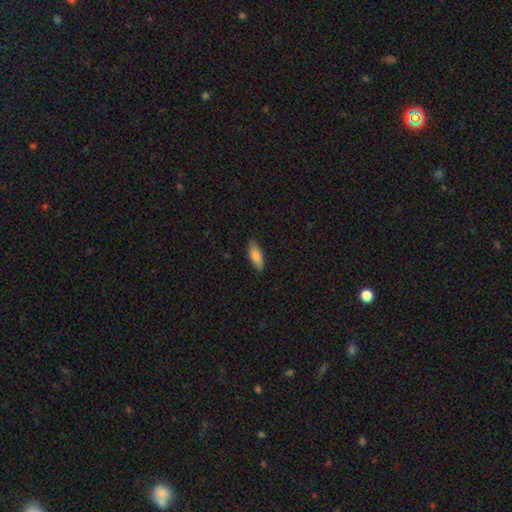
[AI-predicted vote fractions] Smooth or featured?
  - smooth: 81% *
  - featured or disk: 13%
  - star or artifact: 6%
How rounded?
  - in between: 73% *
  - cigar-shaped: 25%
  - round: 2%
Merging?
  - none: 84% *
  - minor disturbance: 13%
  - major disturbance: 2%
  - merger: 1%